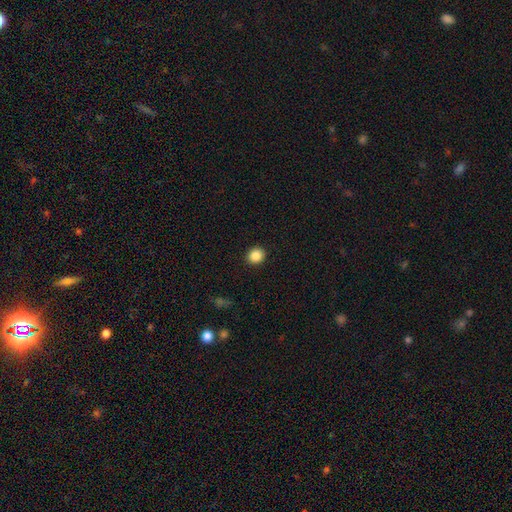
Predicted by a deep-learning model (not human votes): Morphology: type=smooth (86%); roundness=round (84%); merging=none (92%).